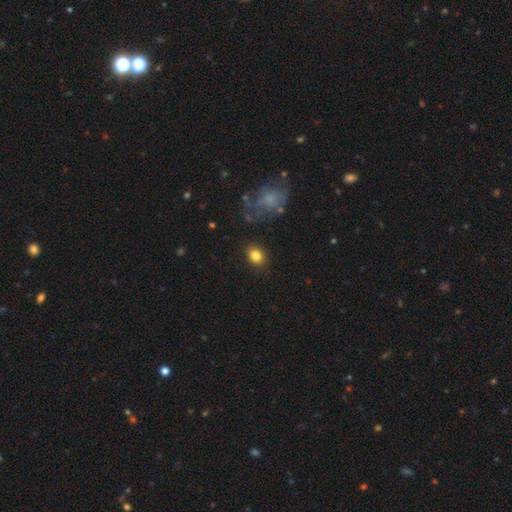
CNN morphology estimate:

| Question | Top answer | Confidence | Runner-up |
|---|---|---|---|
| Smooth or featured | smooth | 84% | star or artifact (10%) |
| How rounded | round | 61% | in between (38%) |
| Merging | none | 85% | minor disturbance (10%) |